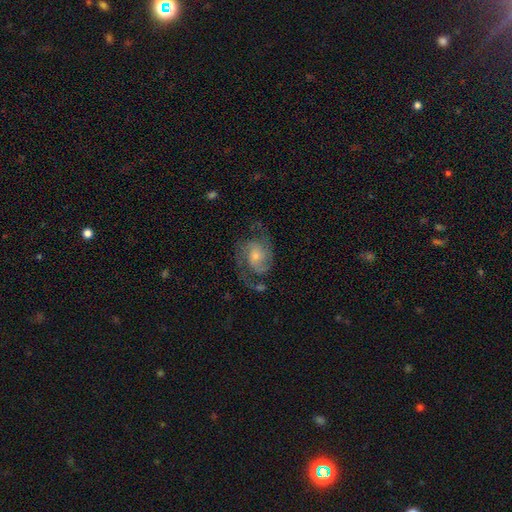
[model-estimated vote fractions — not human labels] Morphology: type=featured or disk (85%); edge-on=no (98%); bar=no (61%); spiral arms=yes (96%); winding=medium (53%); arm count=2 (84%); bulge=small (53%); merging=none (68%).